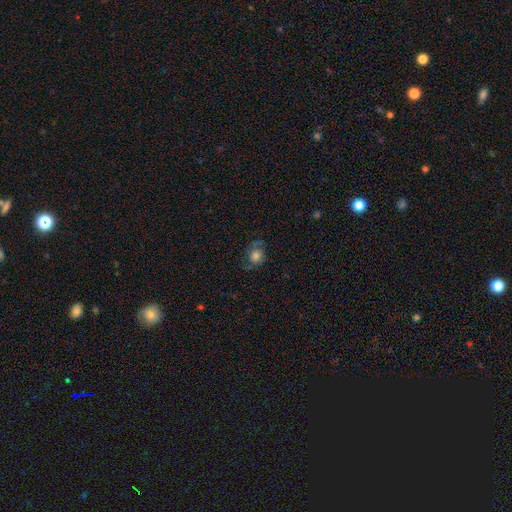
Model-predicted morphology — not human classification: Smooth or featured? smooth (52%)
How rounded? round (71%)
Merging? none (62%)